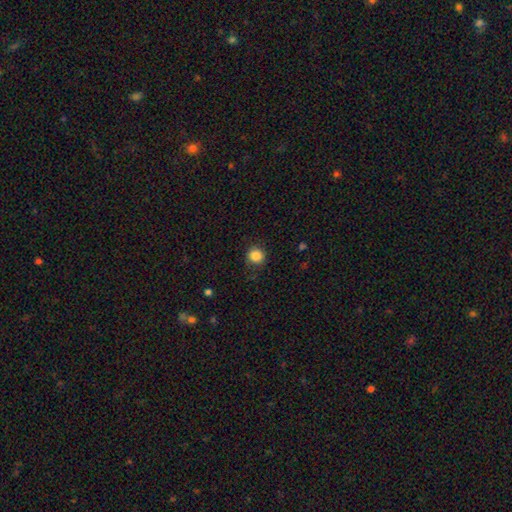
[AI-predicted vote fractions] Smooth or featured? Predicted: smooth (p=0.86). How rounded? Predicted: round (p=0.92). Merging? Predicted: none (p=0.87).